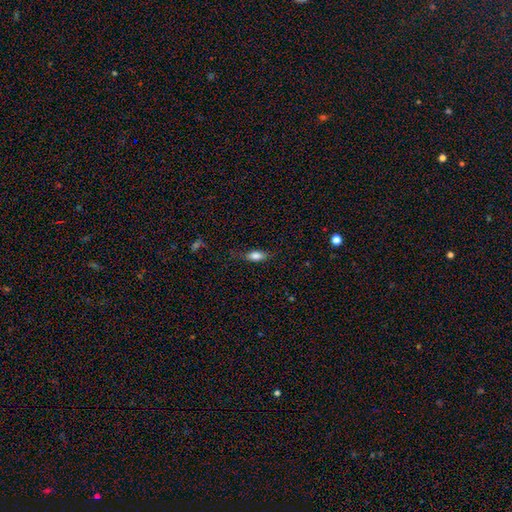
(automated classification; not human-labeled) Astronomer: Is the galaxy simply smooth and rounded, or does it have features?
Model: smooth — 79%.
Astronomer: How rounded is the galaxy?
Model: in between — 79%.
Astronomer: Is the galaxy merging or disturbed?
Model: none — 71%.